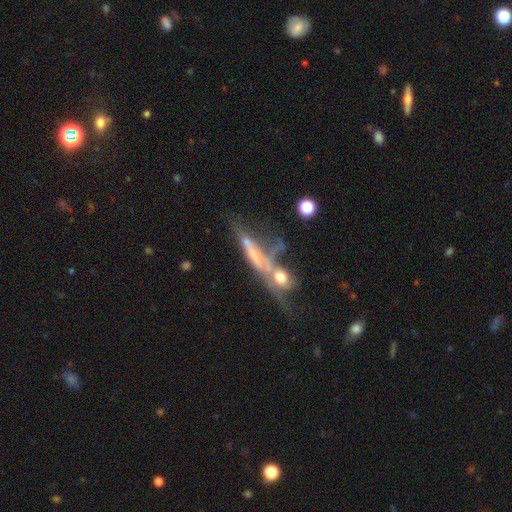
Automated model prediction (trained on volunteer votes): Smooth or featured?
  - featured or disk: 52% *
  - smooth: 37%
  - star or artifact: 11%
Edge-on disk?
  - yes: 50% * (tied)
  - no: 50% * (tied)
Merging?
  - merger: 52% *
  - none: 19%
  - major disturbance: 18%
  - minor disturbance: 11%